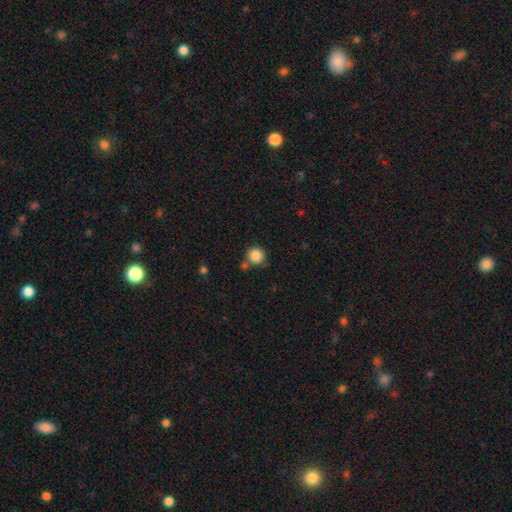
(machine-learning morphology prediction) A smooth galaxy with no disk features (86%) that is round (94%). Merging: none (72%).